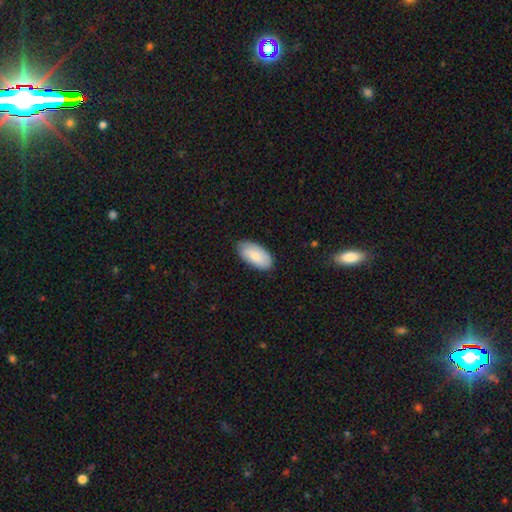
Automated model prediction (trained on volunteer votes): Smooth or featured: smooth — 80% (featured or disk — 14%)
How rounded: in between — 95% (cigar-shaped — 3%)
Merging: none — 84% (minor disturbance — 13%)